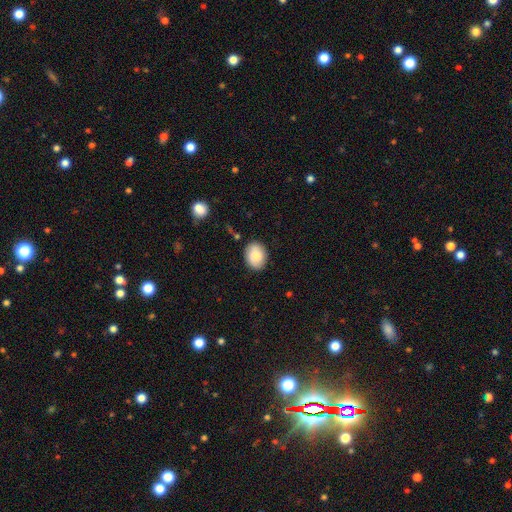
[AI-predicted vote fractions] Morphology: type=smooth (79%); roundness=in between (65%); merging=none (85%).